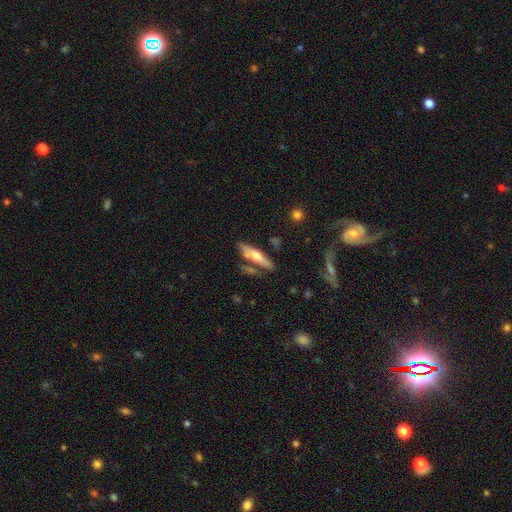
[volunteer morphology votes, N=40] type=smooth (48%, tied with featured or disk); roundness=cigar-shaped (68%); merging=none (66%).